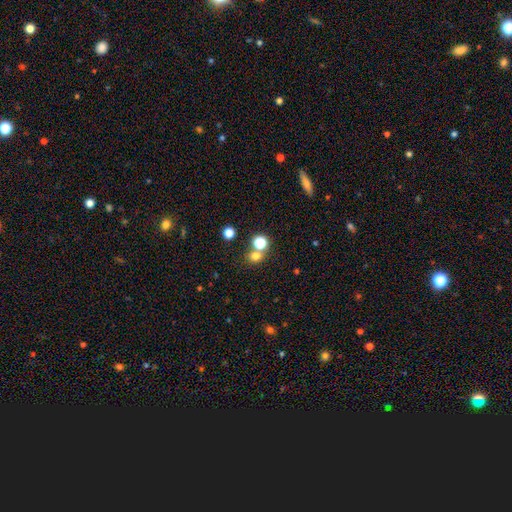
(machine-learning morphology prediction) This is likely a smooth galaxy (72%). How rounded: likely round (79%). Merging: possibly none (59%).